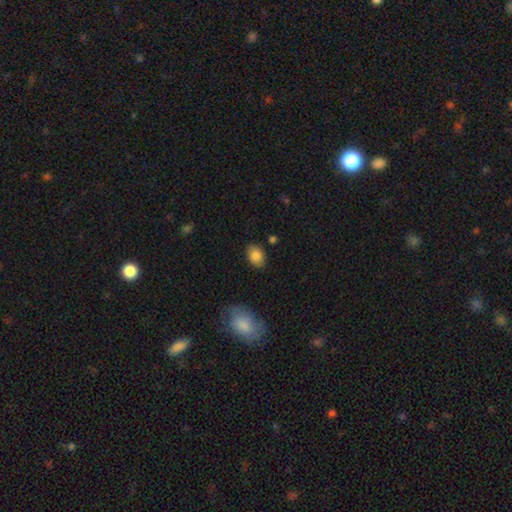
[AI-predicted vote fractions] Overall: smooth (84%). How rounded: in between (75%). Merging: none (83%).